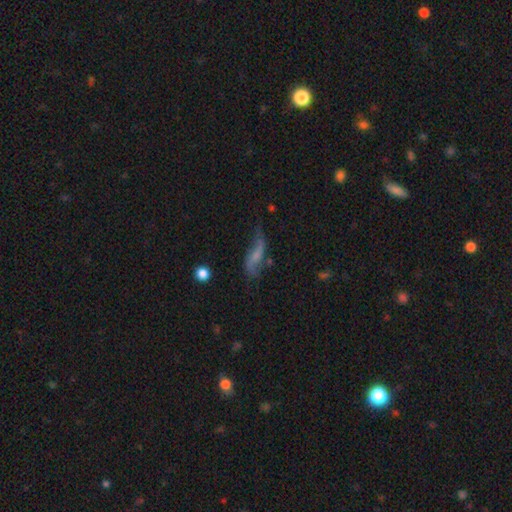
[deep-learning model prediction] smooth-or-featured: featured or disk: 54% | smooth: 36% | star or artifact: 10%
  disk-edge-on: no: 84% | yes: 16%
  merging: none: 44% | minor disturbance: 28% | major disturbance: 21% | merger: 6%